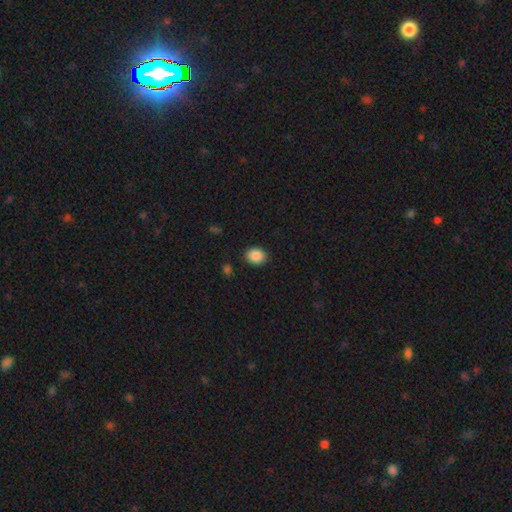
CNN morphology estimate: This is clearly a smooth galaxy (88%). How rounded: possibly round (52%). Merging: clearly none (88%).